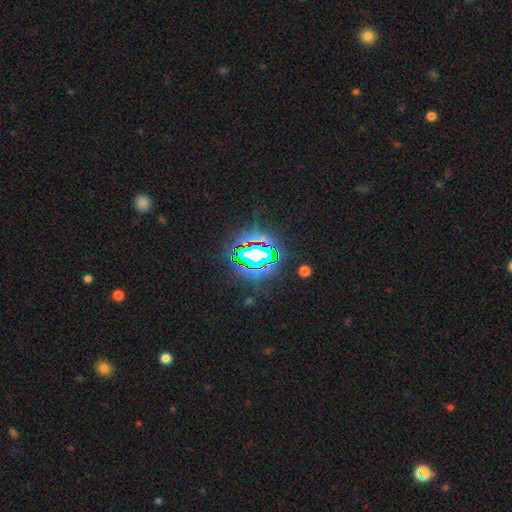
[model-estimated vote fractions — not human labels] A star or artifact, not a galaxy (75%).

Vote fractions:
- Smooth or featured? star or artifact: 75% / smooth: 13% / featured or disk: 12%